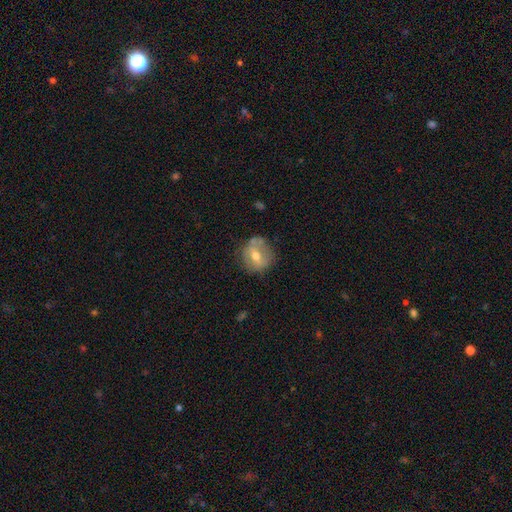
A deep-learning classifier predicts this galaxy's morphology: A smooth galaxy with no disk features (52%) that is round (80%).

Vote fractions:
- Smooth or featured? smooth: 52% / featured or disk: 39% / star or artifact: 8%
- How rounded? round: 80% / in between: 19% / cigar-shaped: 1%
- Merging? none: 64% / minor disturbance: 22% / major disturbance: 8% / merger: 6%